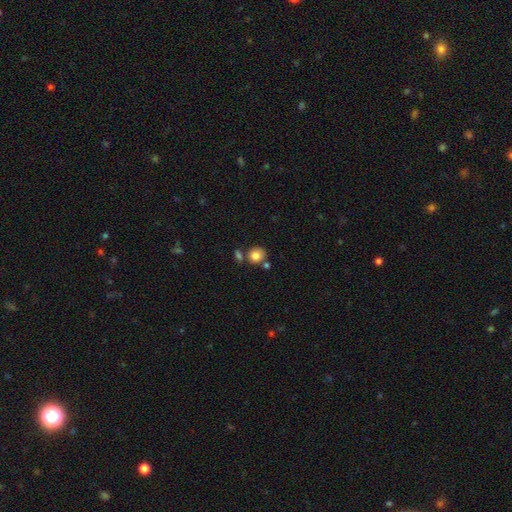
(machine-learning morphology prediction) Smooth or featured: smooth — 82% (star or artifact — 10%)
How rounded: round — 78% (in between — 21%)
Merging: none — 65% (merger — 18%)